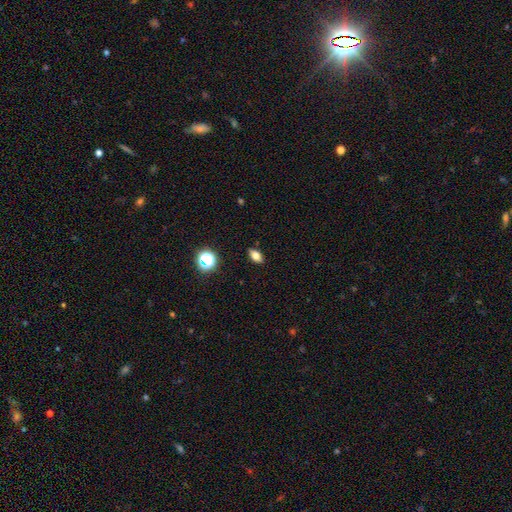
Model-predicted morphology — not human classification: smooth_or_featured: smooth (p=0.75) [alt: star or artifact p=0.14]
how_rounded: in between (p=0.85) [alt: round p=0.10]
merging: none (p=0.89) [alt: minor disturbance p=0.08]